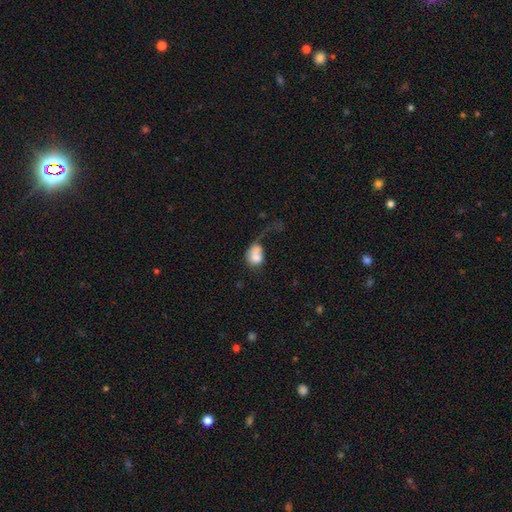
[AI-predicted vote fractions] Smooth or featured? Predicted: smooth (p=0.70). How rounded? Predicted: in between (p=0.49, tied with round). Merging? Predicted: major disturbance (p=0.40).